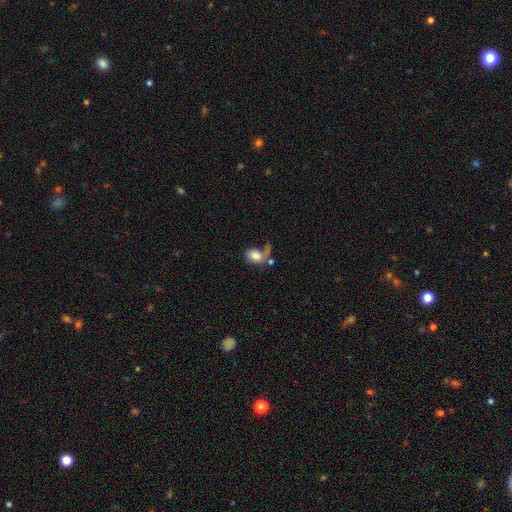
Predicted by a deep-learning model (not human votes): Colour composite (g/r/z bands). It shows a smooth galaxy with no disk features (71%) that is in between round and cigar-shaped (74%). Merging: major disturbance (31%).